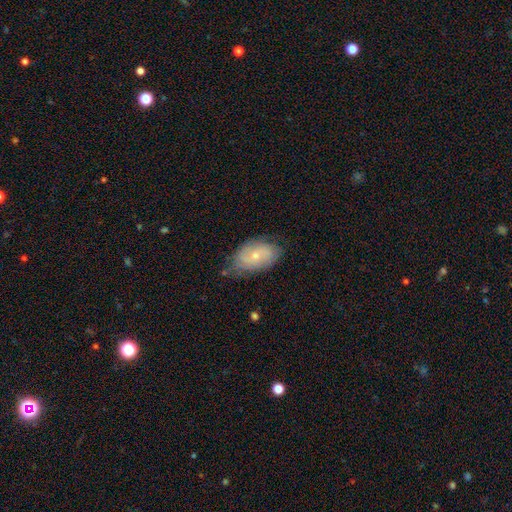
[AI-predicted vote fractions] This appears to be a featured or disk galaxy (50%). Merging: none (62%).